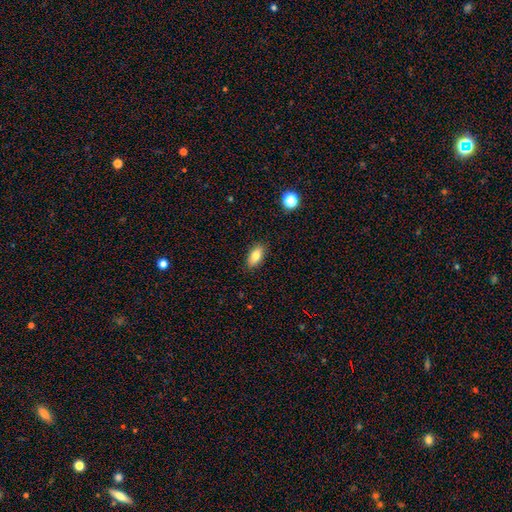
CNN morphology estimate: Smooth or featured? Predicted: smooth (p=0.80). How rounded? Predicted: in between (p=0.88). Merging? Predicted: none (p=0.88).